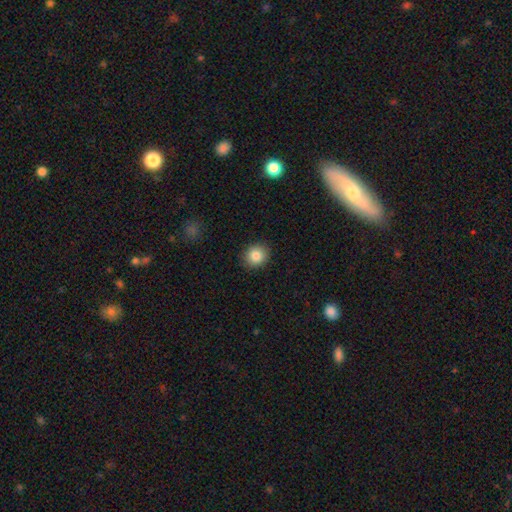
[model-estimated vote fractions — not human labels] A smooth galaxy with no disk features (85%) that is round (77%). Merging: none (90%).